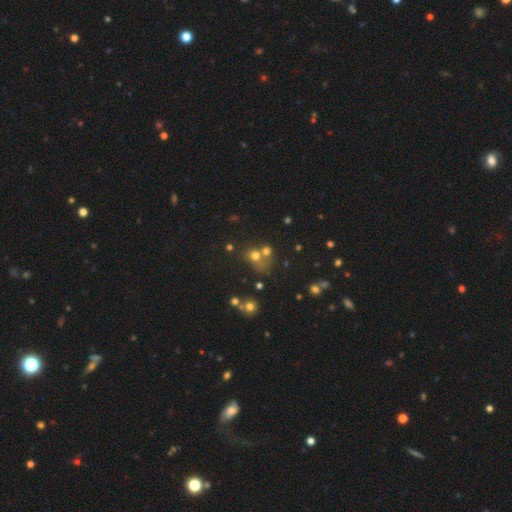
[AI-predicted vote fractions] Smooth or featured?
  - smooth: 62% *
  - star or artifact: 23%
  - featured or disk: 15%
How rounded?
  - round: 73% *
  - in between: 26%
  - cigar-shaped: 1%
Merging?
  - none: 41% *
  - merger: 40%
  - minor disturbance: 11%
  - major disturbance: 8%